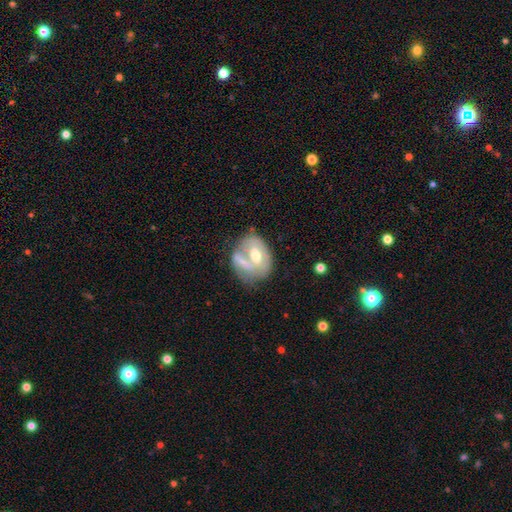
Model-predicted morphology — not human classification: Overall: featured or disk (59%; smooth 34%). Edge-on disk: no (95%). Bar: no (44%; weak 37%). Spiral arms: no (59%; yes 41%). Bulge size: moderate (71%). Merging: none (32%, tied with merger).